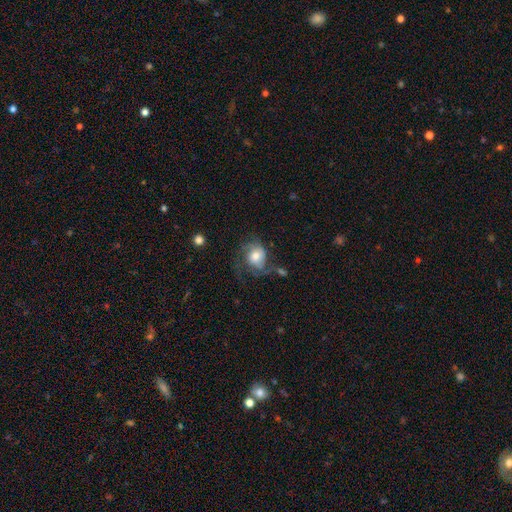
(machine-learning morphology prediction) type=smooth (48%); merging=none (38%).